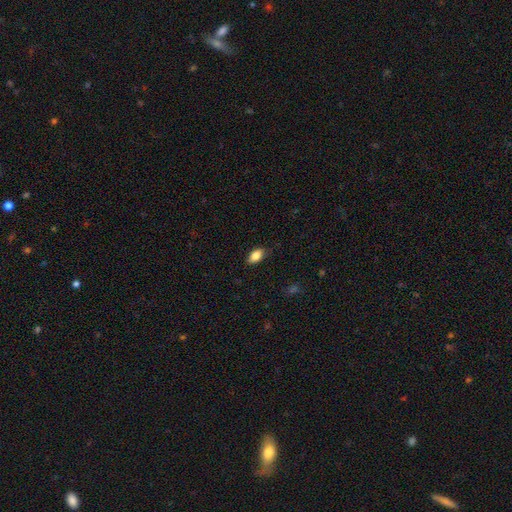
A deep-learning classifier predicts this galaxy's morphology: Smooth or featured? Predicted: smooth (p=0.84). How rounded? Predicted: in between (p=0.90). Merging? Predicted: none (p=0.80).